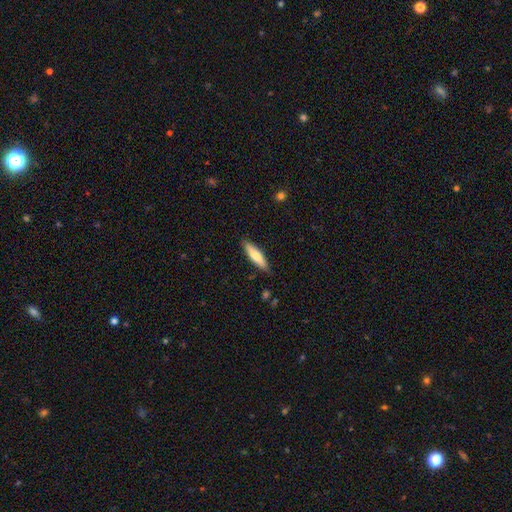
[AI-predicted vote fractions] smooth_or_featured: smooth (p=0.66) [alt: featured or disk p=0.28]
how_rounded: cigar-shaped (p=0.71) [alt: in between p=0.27]
merging: none (p=0.86) [alt: minor disturbance p=0.10]